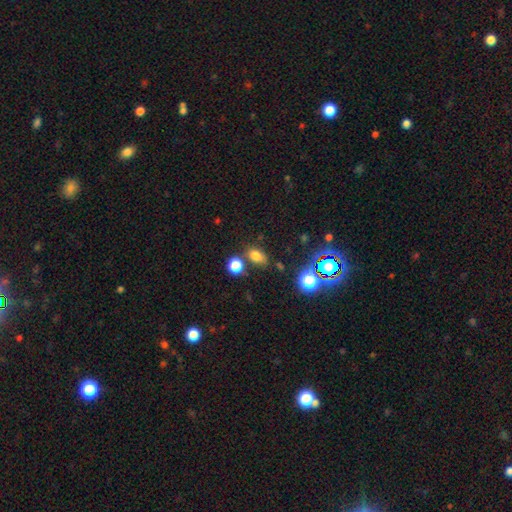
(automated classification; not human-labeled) This appears to be a smooth galaxy with no disk features (75%) that is in between round and cigar-shaped (72%). Merging: none (67%).